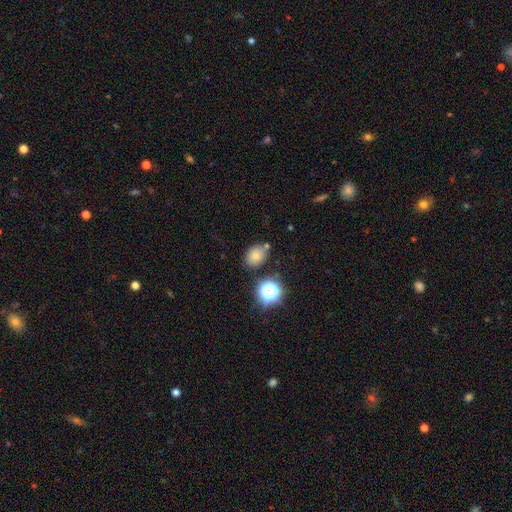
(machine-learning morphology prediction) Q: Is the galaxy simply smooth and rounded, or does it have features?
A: smooth — 73%.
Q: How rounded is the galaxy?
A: in between — 63%.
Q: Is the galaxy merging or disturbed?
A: none — 74%.